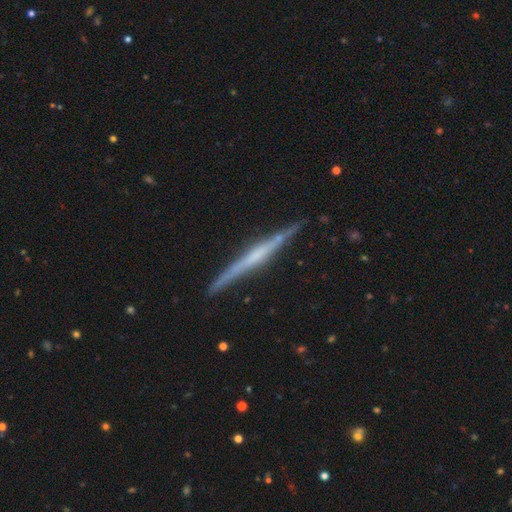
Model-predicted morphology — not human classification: smooth_or_featured: featured or disk (p=0.73) [alt: smooth p=0.21]
disk_edge_on: yes (p=0.98) [alt: no p=0.02]
edge_on_bulge: none (p=0.53) [alt: rounded p=0.28]
merging: none (p=0.88) [alt: minor disturbance p=0.09]